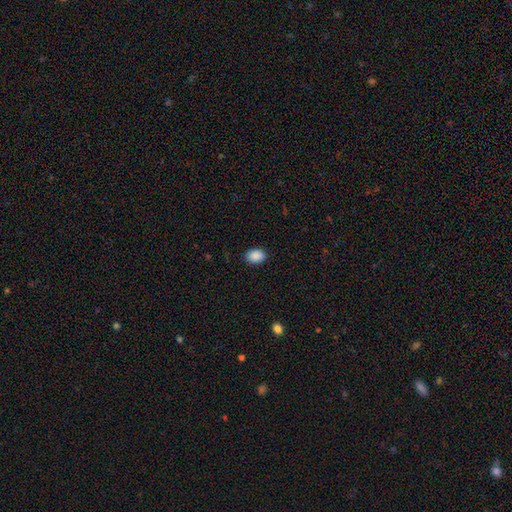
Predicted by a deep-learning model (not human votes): Overall: smooth (89%). How rounded: in between (75%). Merging: none (88%).